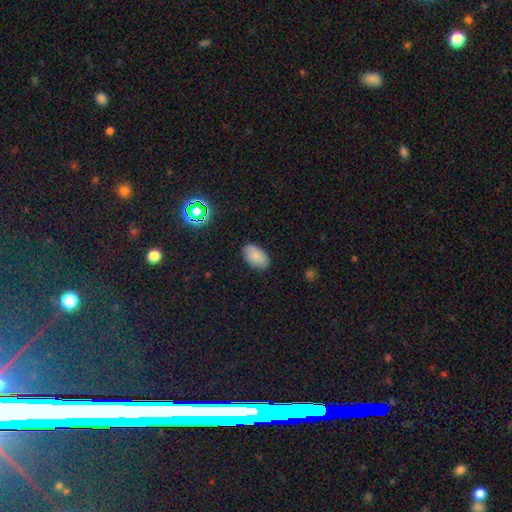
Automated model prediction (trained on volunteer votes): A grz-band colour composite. It shows a smooth galaxy with no disk features (79%) that is in between round and cigar-shaped (92%). Merging: none (82%).